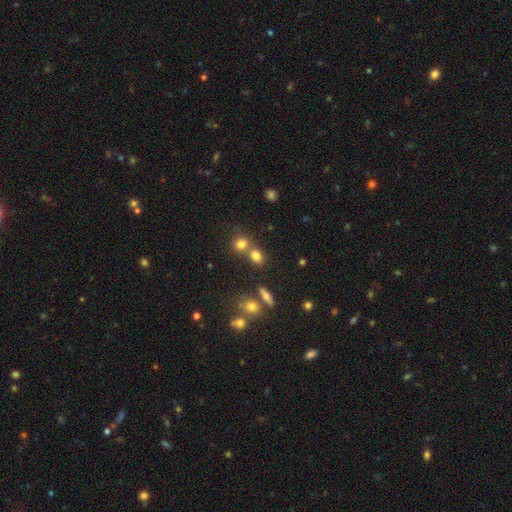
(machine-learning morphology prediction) smooth 74%, star or artifact 16%, featured or disk 10%. Down the decision tree: how rounded — round (64%); merging — none (49%).